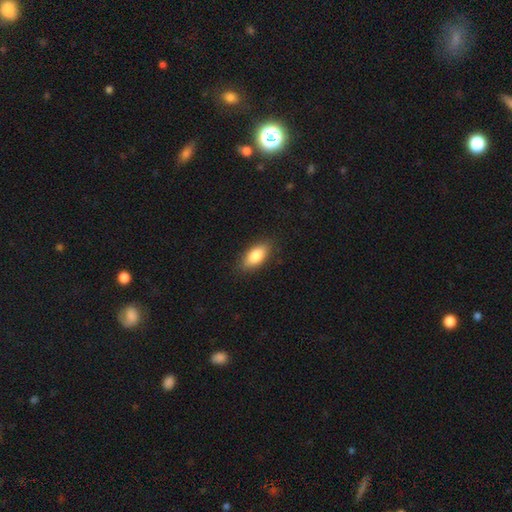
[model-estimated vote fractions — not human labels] A smooth galaxy with no disk features (83%) that is in between round and cigar-shaped (87%). Merging: none (86%).